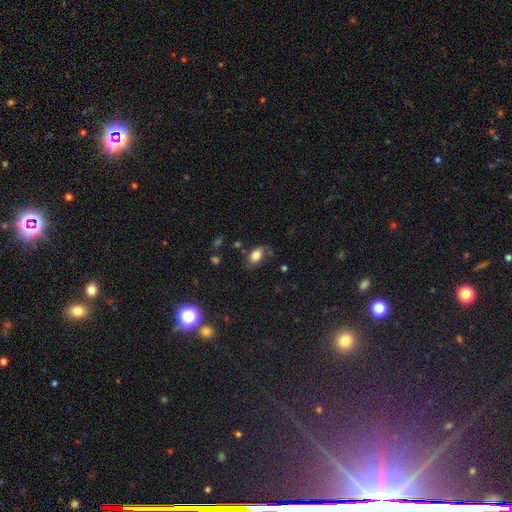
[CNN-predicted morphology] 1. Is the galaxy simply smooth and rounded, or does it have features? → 76% smooth, 15% featured or disk, 9% star or artifact.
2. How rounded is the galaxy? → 89% in between, 9% round, 2% cigar-shaped.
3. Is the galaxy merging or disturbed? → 60% none, 26% minor disturbance, 11% major disturbance, 3% merger.